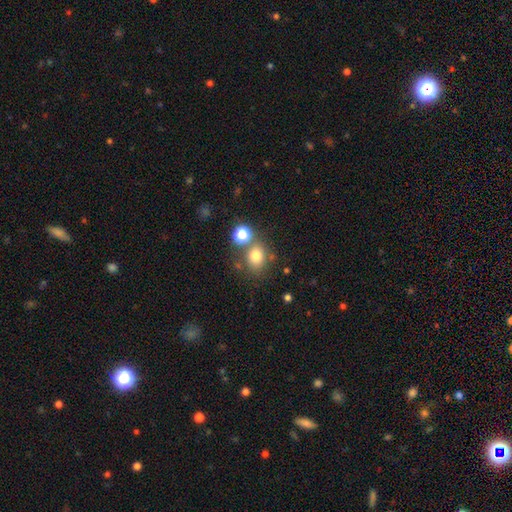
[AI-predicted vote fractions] A smooth galaxy with no disk features (77%) that is round (66%).

Vote fractions:
- Smooth or featured? smooth: 77% / star or artifact: 14% / featured or disk: 9%
- How rounded? round: 66% / in between: 33% / cigar-shaped: 1%
- Merging? none: 64% / merger: 20% / minor disturbance: 11% / major disturbance: 5%